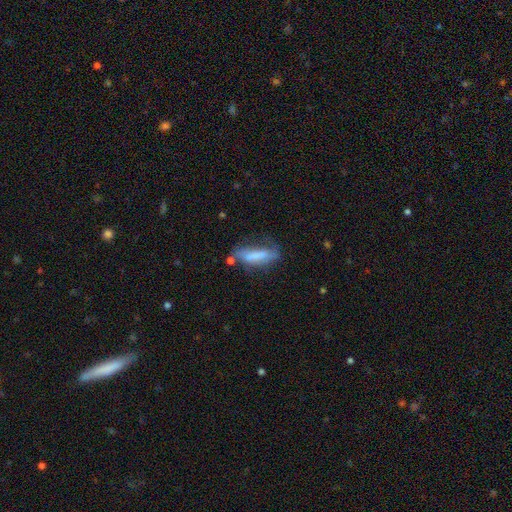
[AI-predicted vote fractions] smooth-or-featured: smooth: 65% | featured or disk: 27% | star or artifact: 8%
  how-rounded: cigar-shaped: 58% | in between: 40% | round: 2%
  merging: none: 39% | minor disturbance: 30% | major disturbance: 21% | merger: 10%